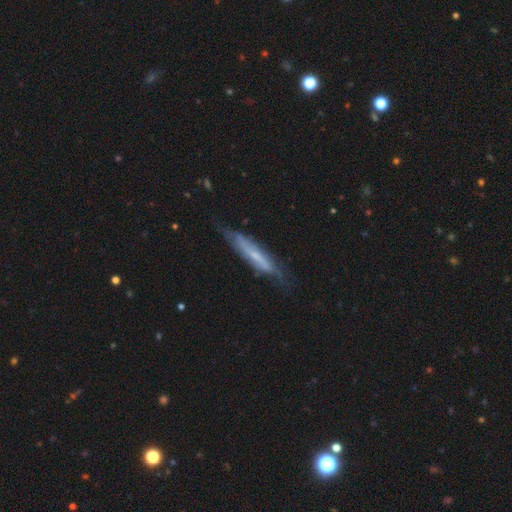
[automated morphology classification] featured or disk 63%, smooth 30%, star or artifact 6%. Down the decision tree: edge-on disk — yes (61%); merging — none (68%).